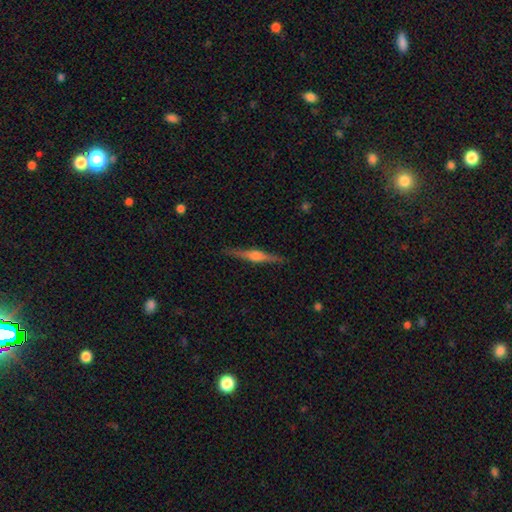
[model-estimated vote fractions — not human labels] Smooth or featured?
  - featured or disk: 78% *
  - smooth: 16%
  - star or artifact: 6%
Edge-on disk?
  - yes: 98% *
  - no: 2%
Edge-on bulge?
  - rounded: 88% *
  - boxy: 8%
  - none: 4%
Merging?
  - none: 90% *
  - minor disturbance: 7%
  - major disturbance: 2%
  - merger: 1%